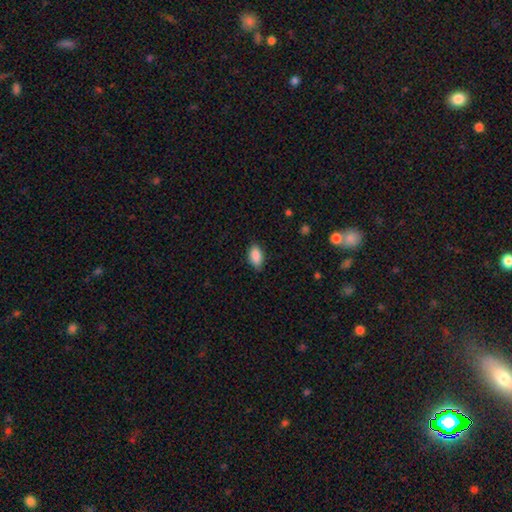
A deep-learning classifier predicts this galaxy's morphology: The model was most divided on "merging": none: 83%, minor disturbance: 13%, major disturbance: 3%, merger: 1%. More confident: how rounded — in between (92%); smooth or featured — smooth (89%).